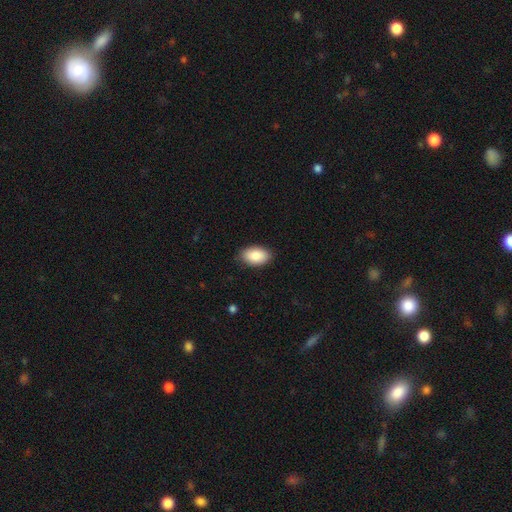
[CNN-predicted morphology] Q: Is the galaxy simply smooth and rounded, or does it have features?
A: smooth — 87%.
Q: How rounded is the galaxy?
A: in between — 93%.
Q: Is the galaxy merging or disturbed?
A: none — 86%.